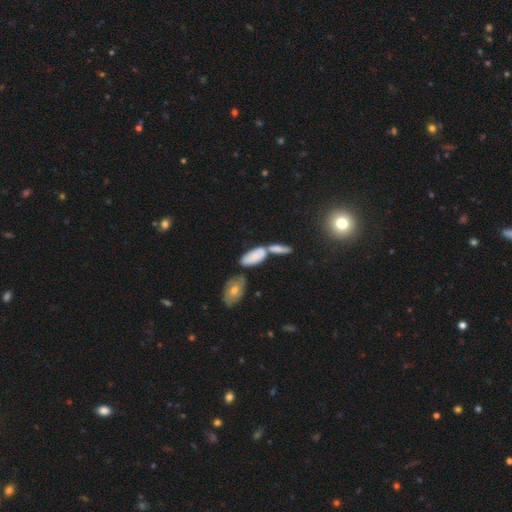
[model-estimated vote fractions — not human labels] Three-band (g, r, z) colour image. It shows a smooth galaxy with no disk features (69%) that is in between round and cigar-shaped (80%). Merging: merger (46%).